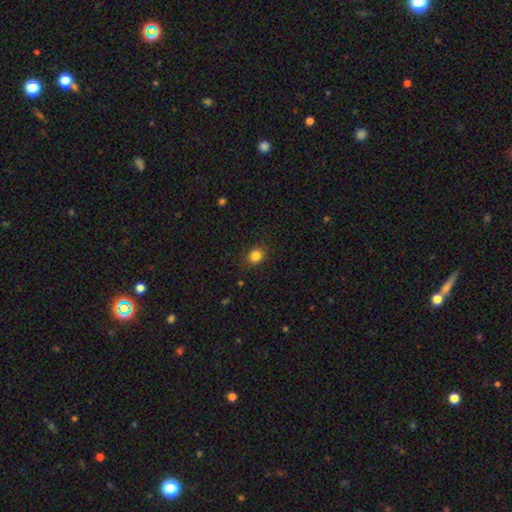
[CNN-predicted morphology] Smooth or featured? Predicted: smooth (p=0.85). How rounded? Predicted: round (p=0.68). Merging? Predicted: none (p=0.87).